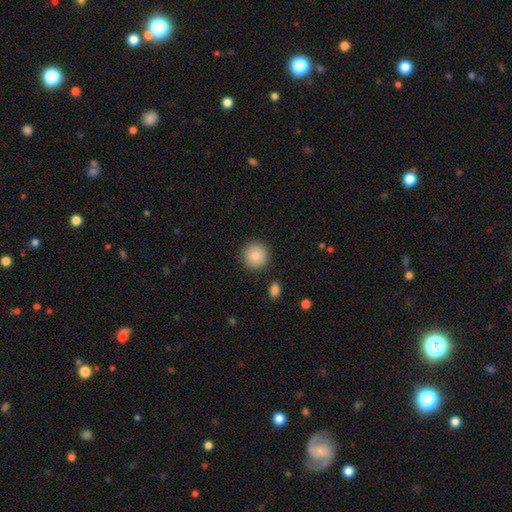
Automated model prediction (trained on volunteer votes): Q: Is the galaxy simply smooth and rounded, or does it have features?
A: smooth — 84%.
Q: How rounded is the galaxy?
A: round — 95%.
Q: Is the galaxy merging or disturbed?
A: none — 90%.